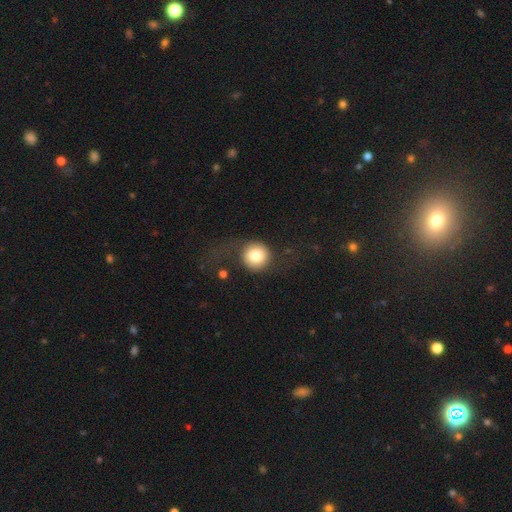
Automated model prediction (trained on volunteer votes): A smooth galaxy with no disk features (77%) that is round (92%). Merging: none (58%).